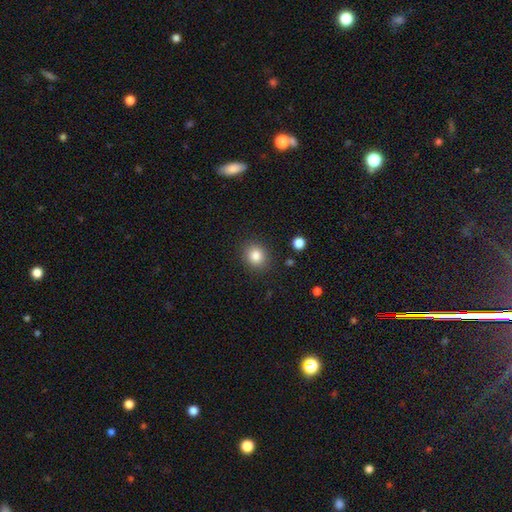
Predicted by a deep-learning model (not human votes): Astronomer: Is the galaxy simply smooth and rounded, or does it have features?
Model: smooth — 84%.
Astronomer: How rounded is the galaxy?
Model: round — 76%.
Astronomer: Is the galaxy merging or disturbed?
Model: none — 87%.